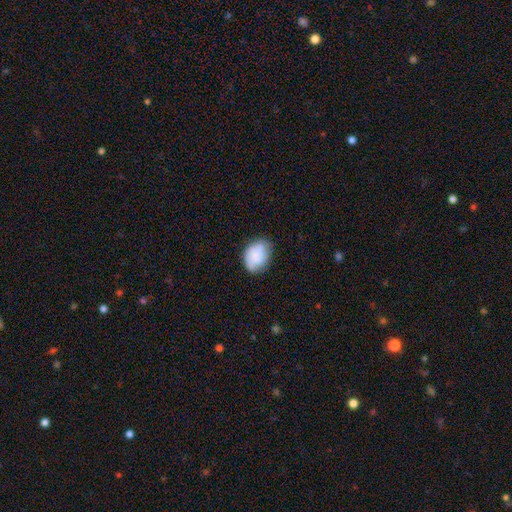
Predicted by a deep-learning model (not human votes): A smooth galaxy with no disk features (82%) that is in between round and cigar-shaped (67%). Merging: none (65%).